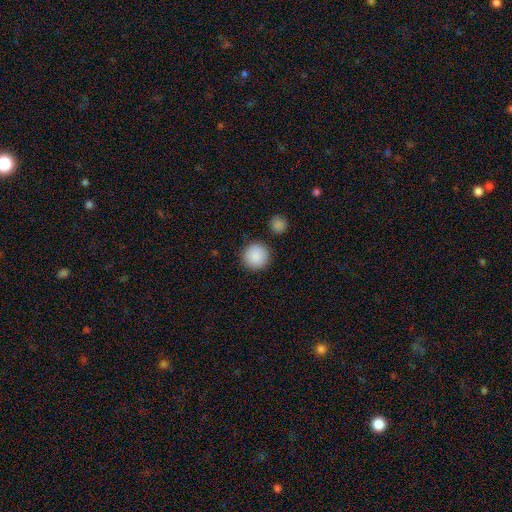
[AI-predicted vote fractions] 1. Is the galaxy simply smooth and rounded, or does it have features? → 89% smooth, 8% star or artifact, 3% featured or disk.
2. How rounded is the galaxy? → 95% round, 4% in between, 1% cigar-shaped.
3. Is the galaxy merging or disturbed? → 88% none, 6% minor disturbance, 3% merger, 2% major disturbance.